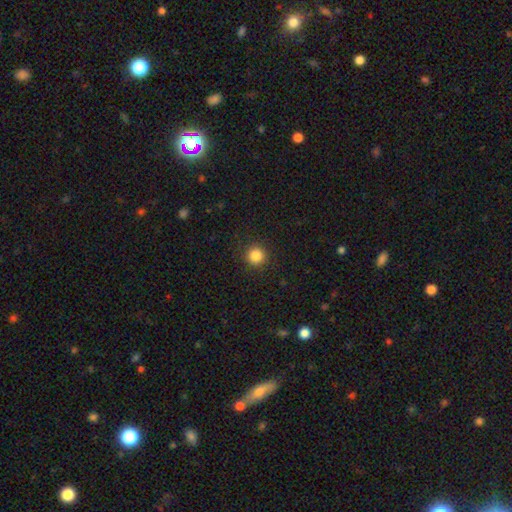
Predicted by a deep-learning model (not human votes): Q: Smooth or featured?
A: smooth (85%); runner-up: star or artifact (11%)
Q: How rounded?
A: round (95%); runner-up: in between (4%)
Q: Merging?
A: none (91%); runner-up: minor disturbance (5%)